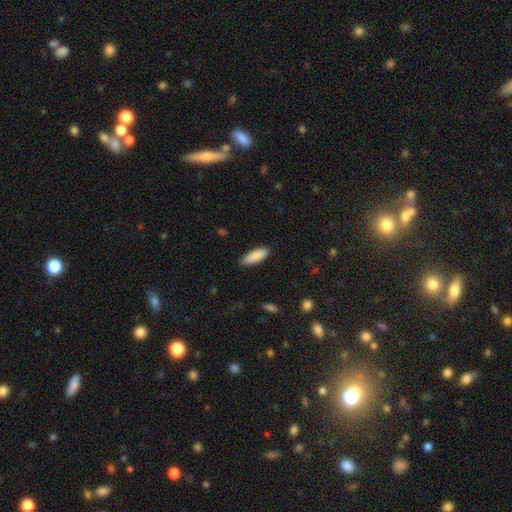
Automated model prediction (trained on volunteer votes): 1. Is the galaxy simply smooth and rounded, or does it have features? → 89% smooth, 6% star or artifact, 5% featured or disk.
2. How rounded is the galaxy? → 60% in between, 39% cigar-shaped, 1% round.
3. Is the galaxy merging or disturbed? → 87% none, 10% minor disturbance, 2% major disturbance, 1% merger.